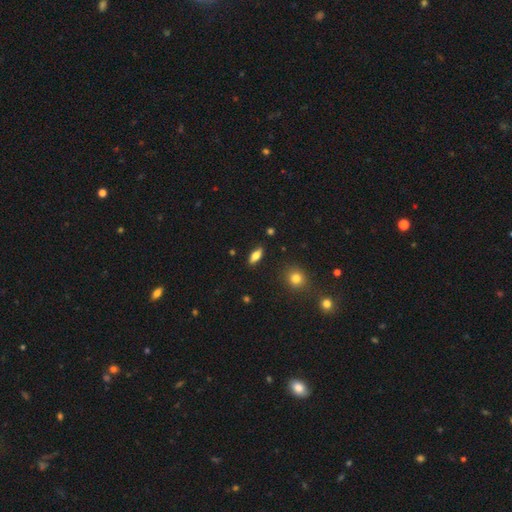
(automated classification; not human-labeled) Smooth or featured?
  - smooth: 75% *
  - featured or disk: 17%
  - star or artifact: 8%
How rounded?
  - in between: 76% *
  - cigar-shaped: 21%
  - round: 3%
Merging?
  - none: 87% *
  - minor disturbance: 9%
  - major disturbance: 2%
  - merger: 2%